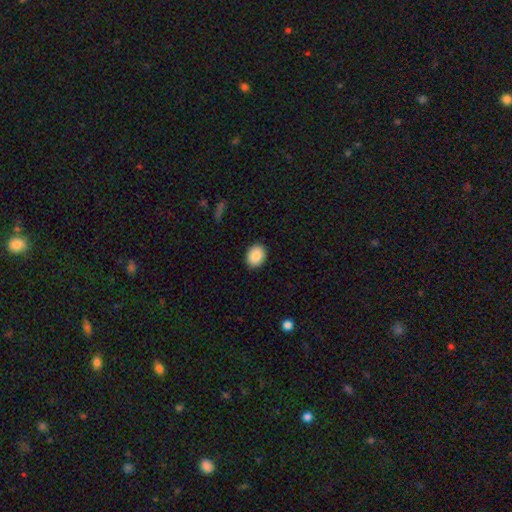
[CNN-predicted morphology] A smooth galaxy with no disk features (89%) that is in between round and cigar-shaped (60%).

Vote fractions:
- Smooth or featured? smooth: 89% / star or artifact: 7% / featured or disk: 4%
- How rounded? in between: 60% / round: 39% / cigar-shaped: 1%
- Merging? none: 90% / minor disturbance: 7% / major disturbance: 2% / merger: 1%